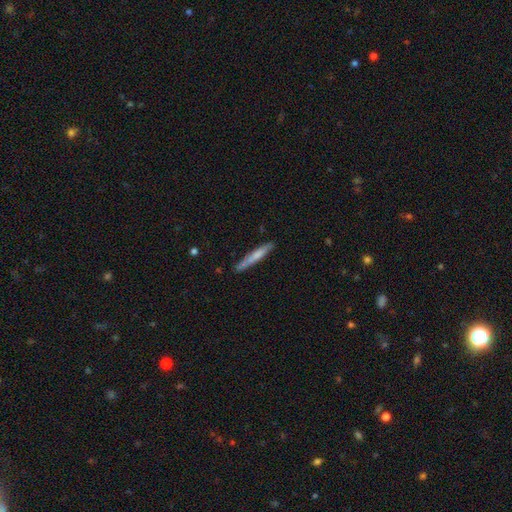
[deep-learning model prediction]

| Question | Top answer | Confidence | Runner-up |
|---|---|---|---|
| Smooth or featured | smooth | 60% | featured or disk (34%) |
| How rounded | cigar-shaped | 94% | in between (4%) |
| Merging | none | 80% | minor disturbance (15%) |